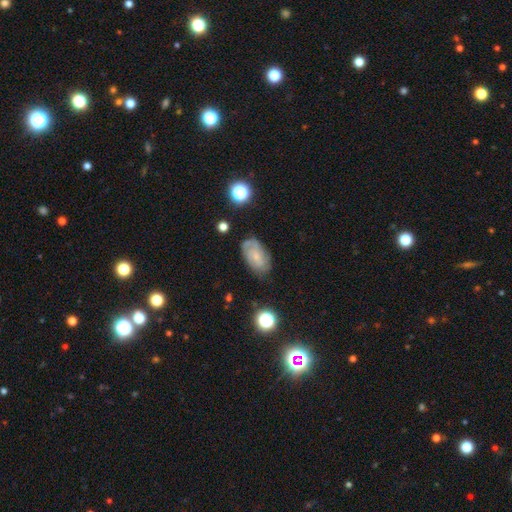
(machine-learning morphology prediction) Smooth or featured? featured or disk (55%)
Edge-on disk? no (95%)
Bar? no (71%)
Spiral arms? yes (79%)
Bulge size? small (63%)
Merging? none (66%)